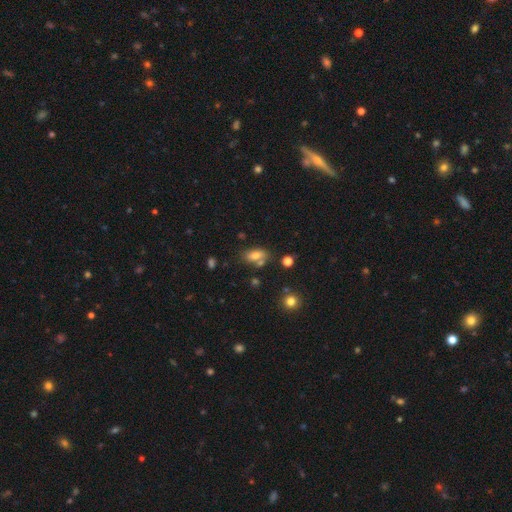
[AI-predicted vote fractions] This is likely a smooth galaxy (74%). How rounded: clearly in between (86%). Merging: likely none (62%).